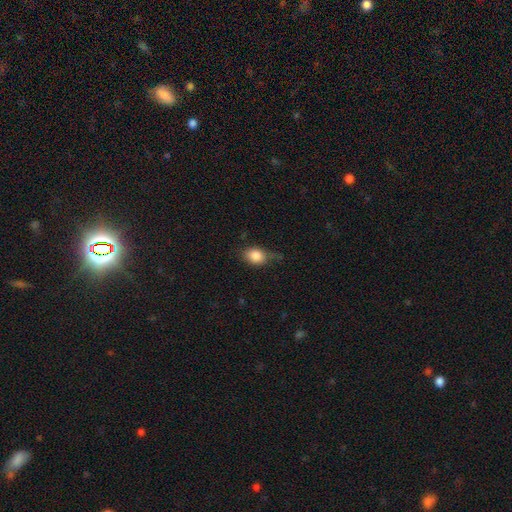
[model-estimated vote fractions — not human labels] Q: Smooth or featured?
A: smooth (83%); runner-up: star or artifact (9%)
Q: How rounded?
A: in between (57%); runner-up: round (41%)
Q: Merging?
A: none (51%); runner-up: minor disturbance (35%)